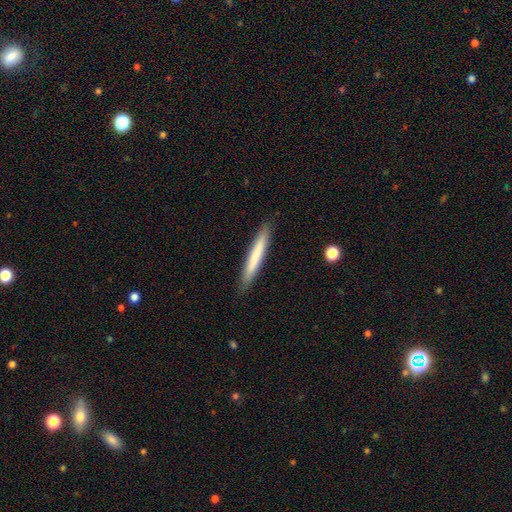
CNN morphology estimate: Overall: smooth (73%). How rounded: cigar-shaped (95%). Merging: none (90%).